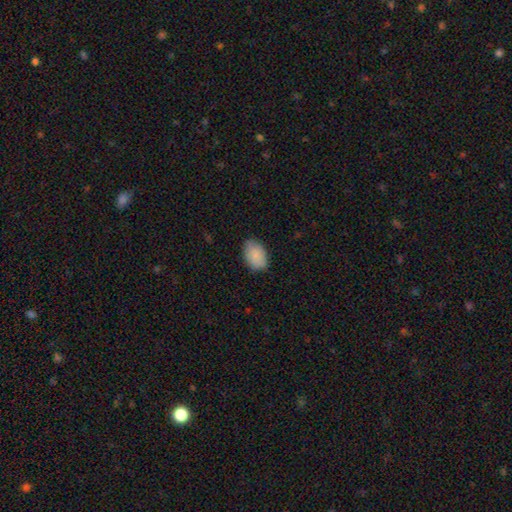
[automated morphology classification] A smooth galaxy with no disk features (88%) that is in between round and cigar-shaped (88%). Merging: none (80%).